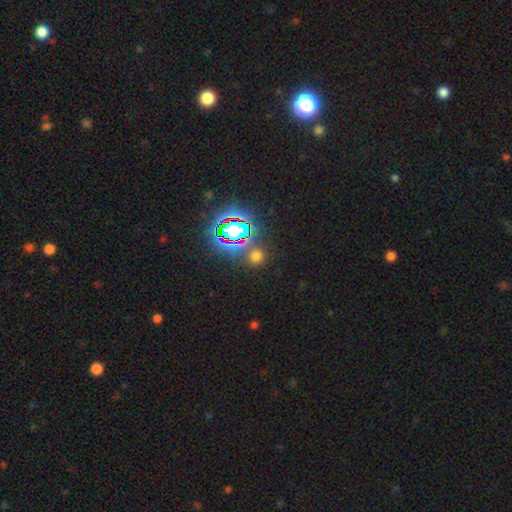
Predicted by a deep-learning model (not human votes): smooth_or_featured: smooth (p=0.48) [alt: star or artifact p=0.45]
merging: none (p=0.79) [alt: minor disturbance p=0.08]